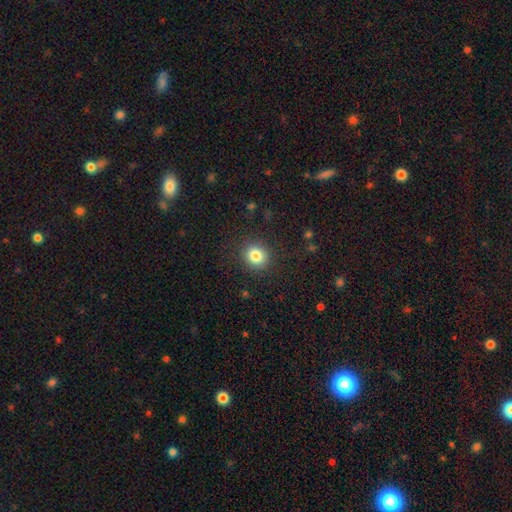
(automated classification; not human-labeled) This is clearly a smooth galaxy (83%). How rounded: clearly round (83%). Merging: clearly none (88%).